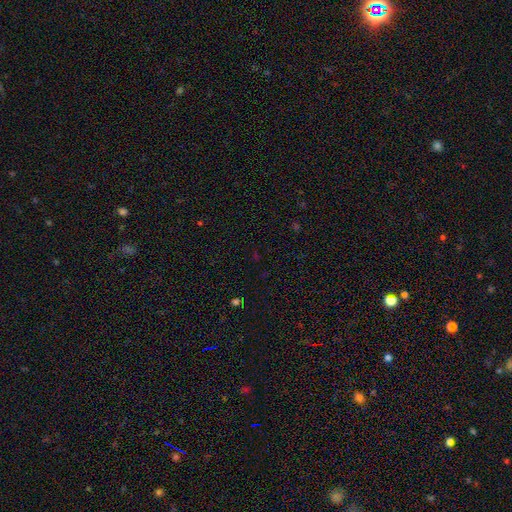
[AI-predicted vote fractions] Morphology: type=star or artifact (66%).